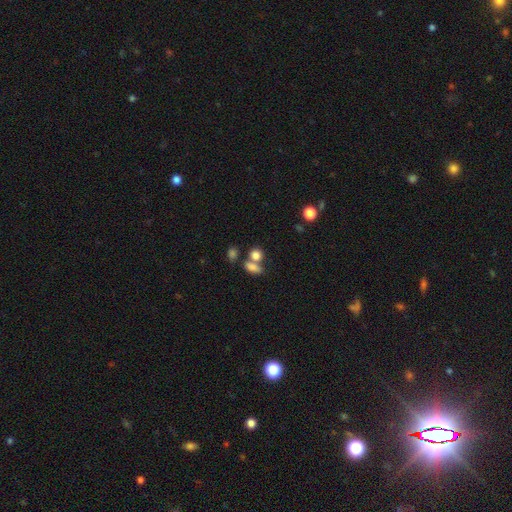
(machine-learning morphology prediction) smooth-or-featured: smooth: 81% | star or artifact: 11% | featured or disk: 8%
  how-rounded: round: 54% | in between: 43% | cigar-shaped: 3%
  merging: none: 45% | merger: 40% | minor disturbance: 10% | major disturbance: 5%